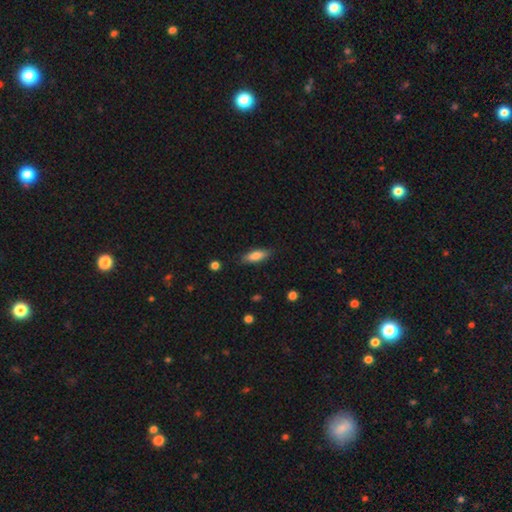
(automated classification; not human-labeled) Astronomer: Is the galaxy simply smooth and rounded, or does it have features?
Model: smooth — 81%.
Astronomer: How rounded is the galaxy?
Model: in between — 57% (runner-up: cigar-shaped, 41%).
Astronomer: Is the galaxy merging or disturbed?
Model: none — 84%.